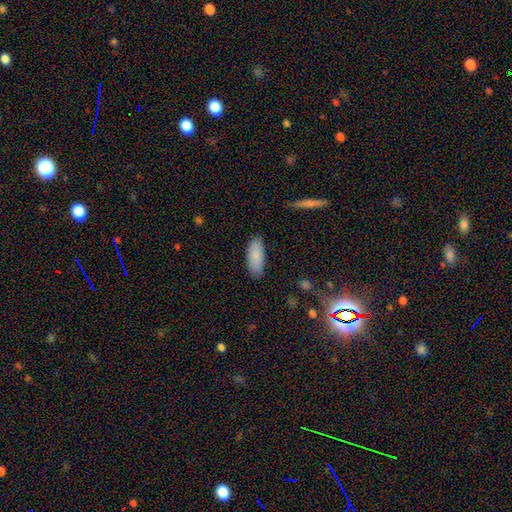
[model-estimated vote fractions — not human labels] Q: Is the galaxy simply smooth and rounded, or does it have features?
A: smooth — 88%.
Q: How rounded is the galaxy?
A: in between — 80%.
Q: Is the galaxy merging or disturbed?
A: none — 86%.